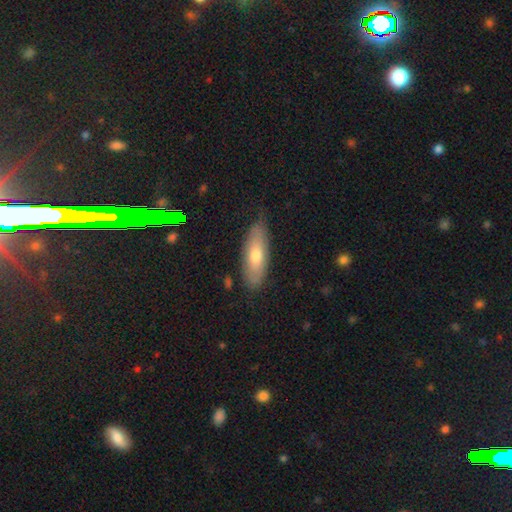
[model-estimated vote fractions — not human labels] This appears to be a smooth galaxy with no disk features (68%) that is in between round and cigar-shaped (60%). Merging: none (77%).